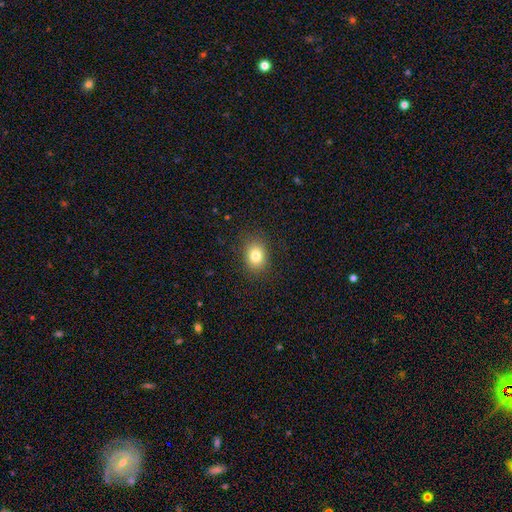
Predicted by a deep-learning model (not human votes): Smooth or featured? smooth (82%)
How rounded? in between (50%)
Merging? none (86%)